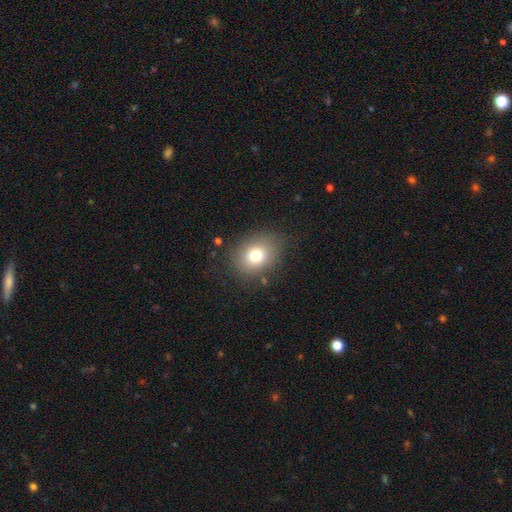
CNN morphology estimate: A smooth galaxy with no disk features (76%) that is round (51%).

Vote fractions:
- Smooth or featured? smooth: 76% / star or artifact: 12% / featured or disk: 12%
- How rounded? round: 51% / in between: 48% / cigar-shaped: 1%
- Merging? none: 82% / minor disturbance: 11% / major disturbance: 5% / merger: 2%